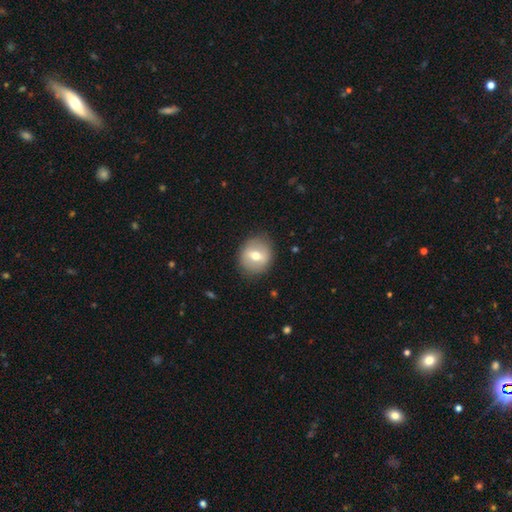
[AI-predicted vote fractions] smooth_or_featured: smooth (p=0.53) [alt: featured or disk p=0.40]
how_rounded: round (p=0.77) [alt: in between p=0.22]
merging: none (p=0.85) [alt: minor disturbance p=0.11]